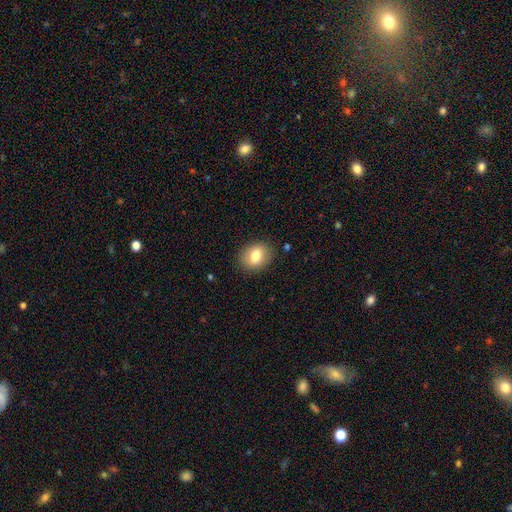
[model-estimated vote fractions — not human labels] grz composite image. It shows a smooth galaxy with no disk features (78%) that is in between round and cigar-shaped (56%). Merging: none (87%).